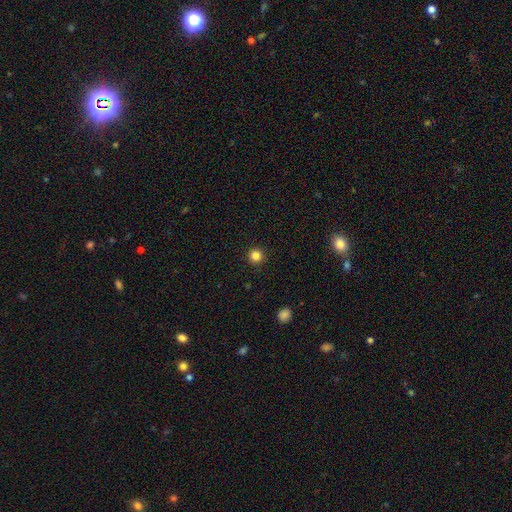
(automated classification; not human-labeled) Morphology: type=smooth (84%); roundness=round (96%); merging=none (93%).